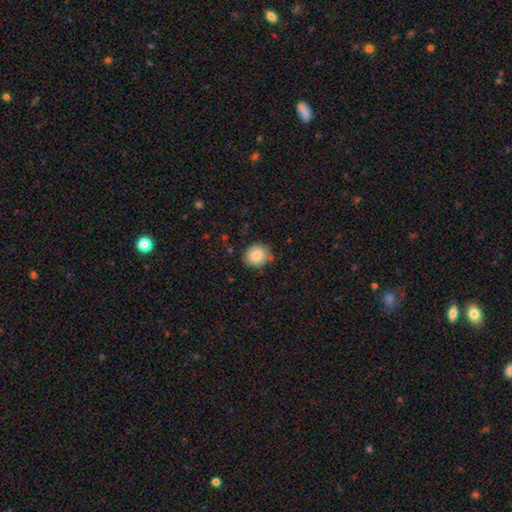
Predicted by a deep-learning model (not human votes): This appears to be a smooth galaxy with no disk features (84%) that is round (83%). Merging: none (79%).